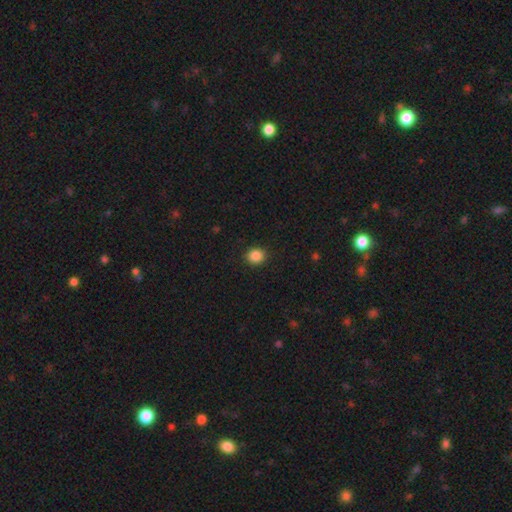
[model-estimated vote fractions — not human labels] A smooth galaxy with no disk features (87%) that is round (78%). Merging: none (91%).